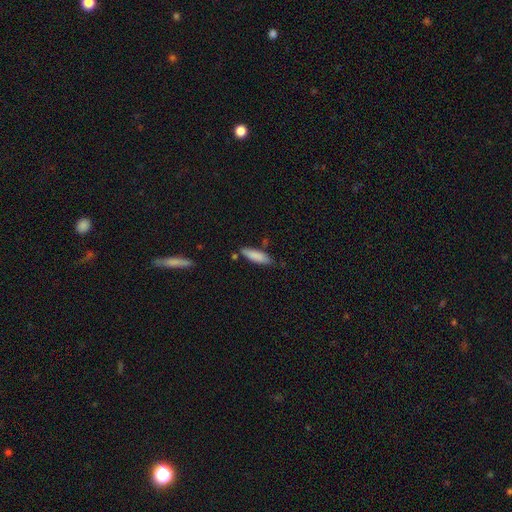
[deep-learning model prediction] This is clearly a smooth galaxy (85%). How rounded: possibly cigar-shaped (58%). Merging: likely none (75%).